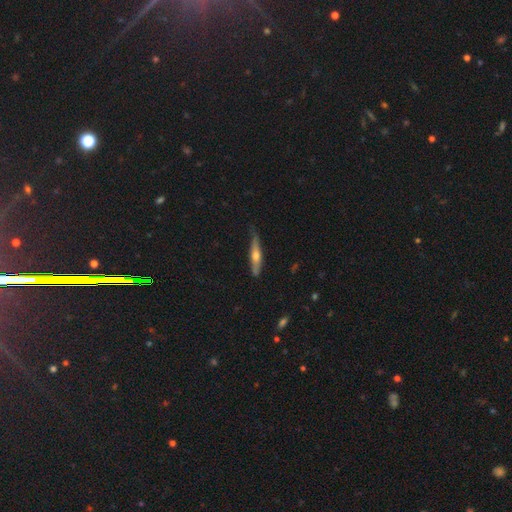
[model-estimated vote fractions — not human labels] Smooth or featured? featured or disk (52%)
Edge-on disk? yes (91%)
Merging? none (71%)